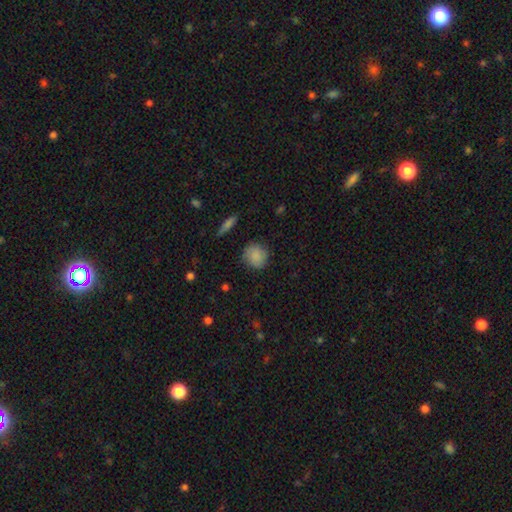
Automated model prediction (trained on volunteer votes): Overall: smooth (85%). How rounded: round (87%). Merging: none (82%).